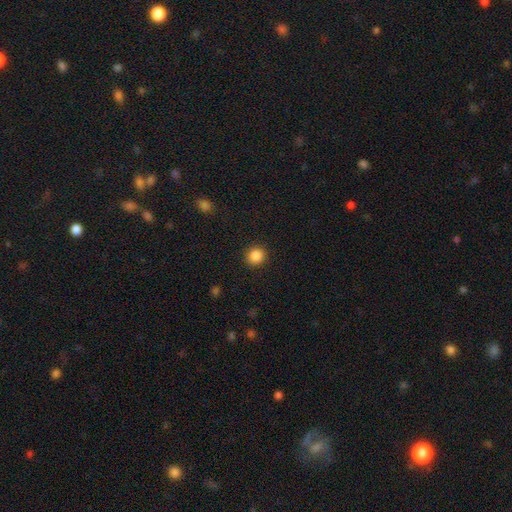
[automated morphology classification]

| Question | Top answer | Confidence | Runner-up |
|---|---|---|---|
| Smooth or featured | smooth | 87% | star or artifact (10%) |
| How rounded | round | 90% | in between (9%) |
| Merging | none | 91% | minor disturbance (6%) |